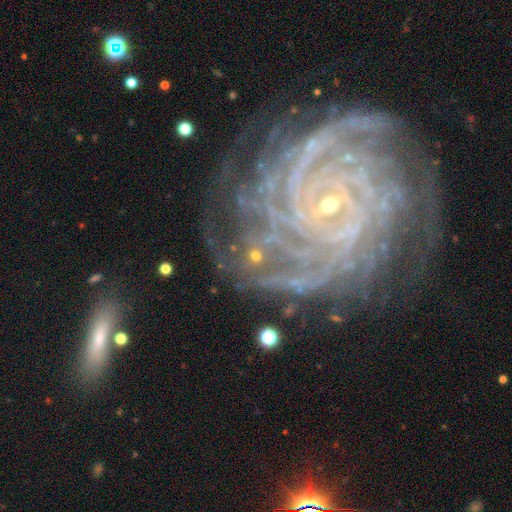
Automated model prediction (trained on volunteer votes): smooth_or_featured: featured or disk (p=0.55) [alt: star or artifact p=0.28]
disk_edge_on: no (p=0.94) [alt: yes p=0.06]
bar: no (p=0.47) [alt: weak p=0.27]
has_spiral_arms: yes (p=0.89) [alt: no p=0.11]
bulge_size: small (p=0.58) [alt: moderate p=0.25]
merging: none (p=0.65) [alt: minor disturbance p=0.16]